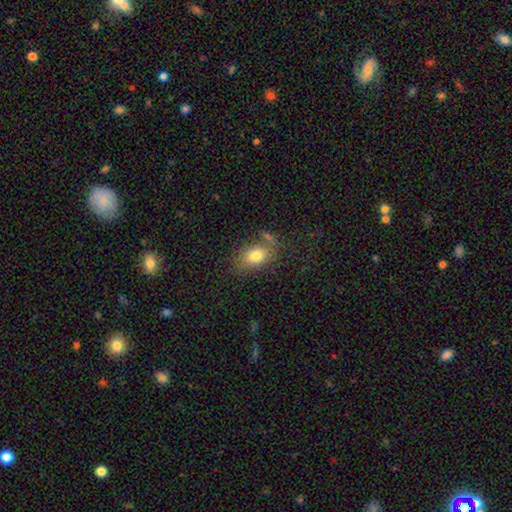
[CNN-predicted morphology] A smooth galaxy with no disk features (78%) that is in between round and cigar-shaped (82%).

Vote fractions:
- Smooth or featured? smooth: 78% / featured or disk: 12% / star or artifact: 10%
- How rounded? in between: 82% / round: 16% / cigar-shaped: 2%
- Merging? none: 66% / minor disturbance: 18% / merger: 9% / major disturbance: 7%